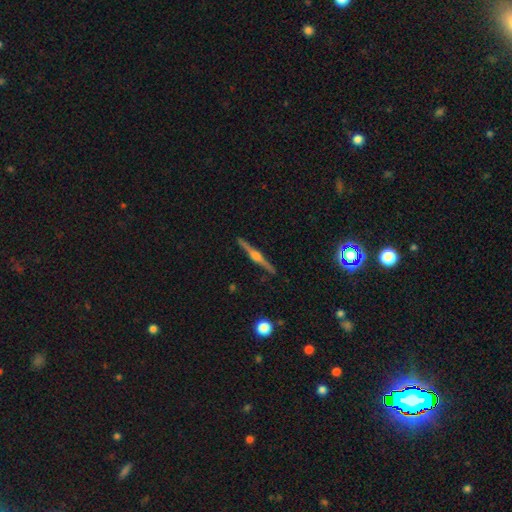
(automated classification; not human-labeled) Smooth or featured?
  - featured or disk: 85% *
  - smooth: 10%
  - star or artifact: 5%
Edge-on disk?
  - yes: 98% *
  - no: 2%
Edge-on bulge?
  - rounded: 89% *
  - boxy: 7%
  - none: 3%
Merging?
  - none: 91% *
  - minor disturbance: 6%
  - major disturbance: 1%
  - merger: 1%